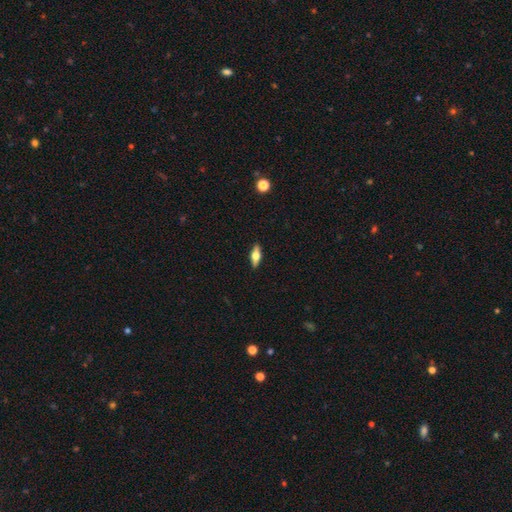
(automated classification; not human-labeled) This appears to be a featured or disk galaxy (48%). Merging: none (90%).